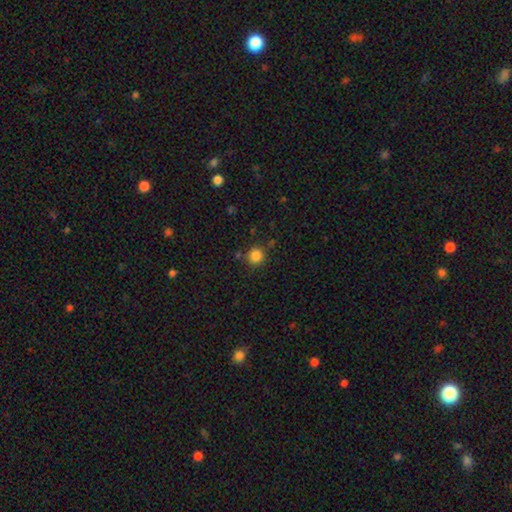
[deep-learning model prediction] Morphology: type=smooth (85%); roundness=round (91%); merging=none (83%).